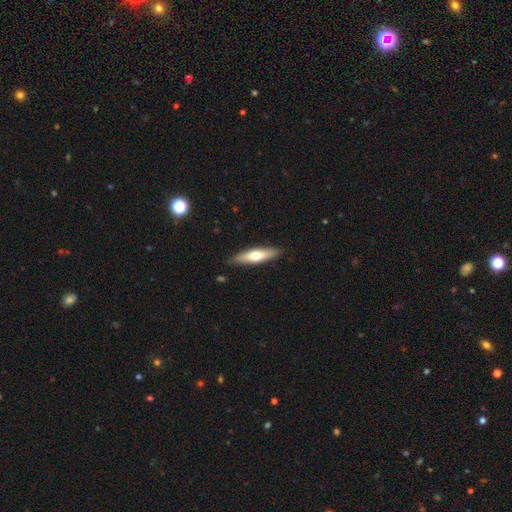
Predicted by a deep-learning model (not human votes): smooth_or_featured: smooth (p=0.56) [alt: featured or disk p=0.38]
how_rounded: cigar-shaped (p=0.70) [alt: in between p=0.28]
merging: none (p=0.88) [alt: minor disturbance p=0.09]